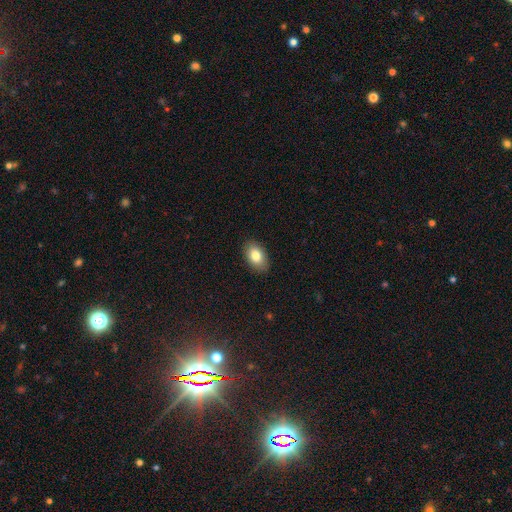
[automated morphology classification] Overall: smooth (82%). How rounded: in between (91%). Merging: none (88%).